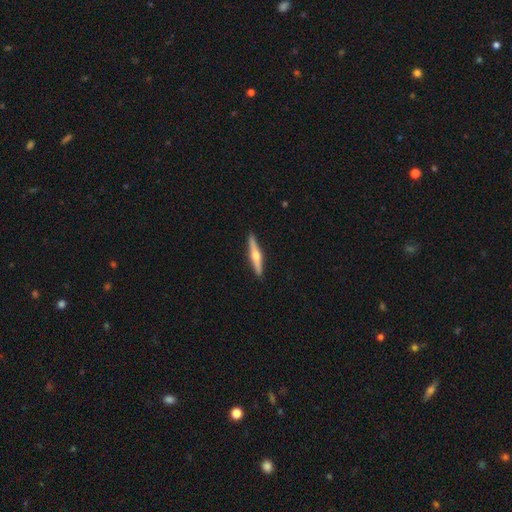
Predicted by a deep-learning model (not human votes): This is likely a featured or disk galaxy (69%). It is clearly viewed edge-on (98%). Edge-on bulge: clearly rounded (94%). Merging: clearly none (91%).